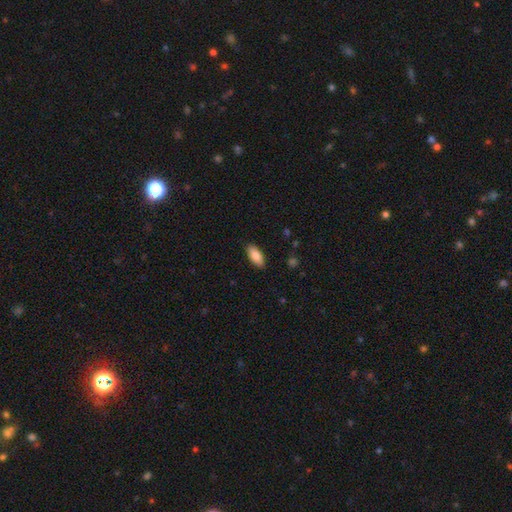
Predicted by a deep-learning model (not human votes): smooth-or-featured: smooth: 84% | featured or disk: 9% | star or artifact: 6%
  how-rounded: in between: 87% | cigar-shaped: 12% | round: 2%
  merging: none: 88% | minor disturbance: 9% | major disturbance: 2% | merger: 1%